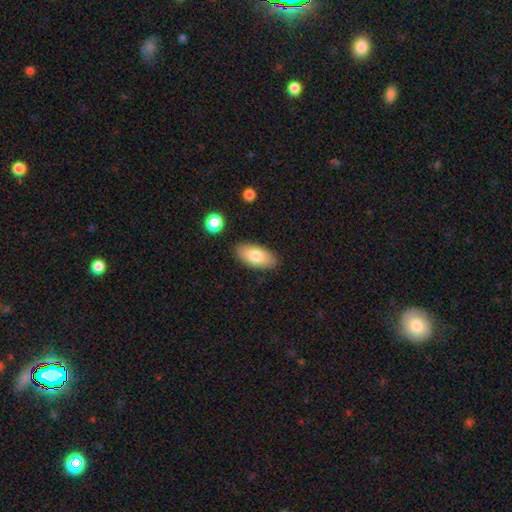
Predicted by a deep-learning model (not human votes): Smooth or featured: smooth — 81% (featured or disk — 13%)
How rounded: in between — 92% (cigar-shaped — 6%)
Merging: none — 86% (minor disturbance — 10%)